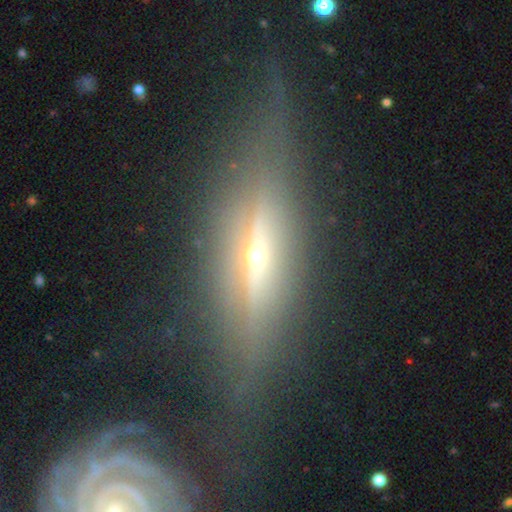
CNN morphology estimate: Smooth or featured? Predicted: featured or disk (p=0.74). Edge-on disk? Predicted: yes (p=0.87). Edge-on bulge? Predicted: rounded (p=0.87). Merging? Predicted: none (p=0.70).